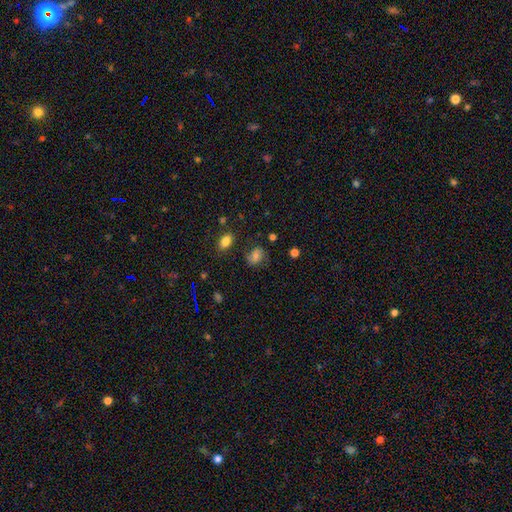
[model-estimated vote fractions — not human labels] Smooth or featured? smooth (62%)
How rounded? in between (58%)
Merging? none (67%)